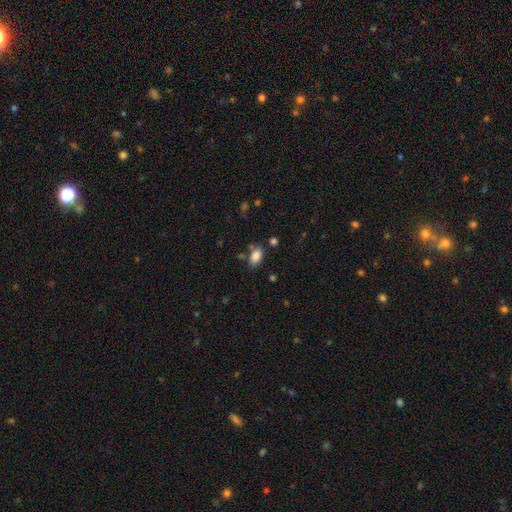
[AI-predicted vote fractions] This is clearly a smooth galaxy (85%). How rounded: clearly in between (91%). Merging: likely none (72%).